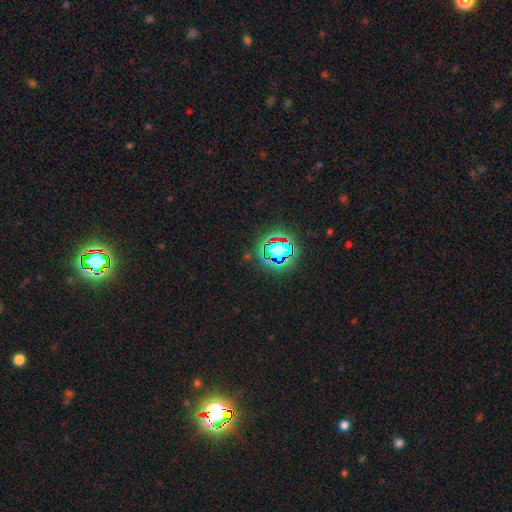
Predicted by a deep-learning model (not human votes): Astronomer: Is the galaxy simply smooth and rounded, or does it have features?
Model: star or artifact — 81%.